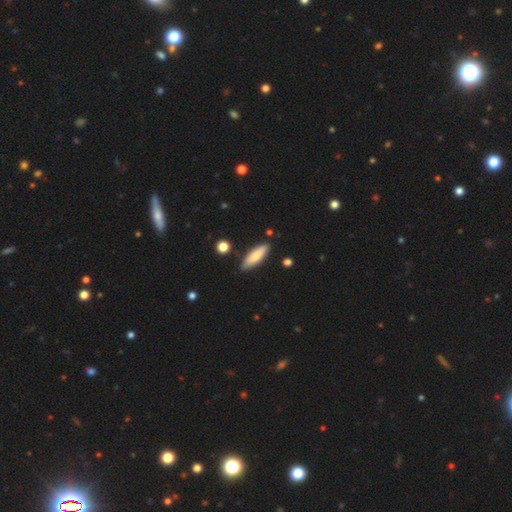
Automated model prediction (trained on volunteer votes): Smooth or featured?
  - smooth: 78% *
  - featured or disk: 17%
  - star or artifact: 5%
How rounded?
  - cigar-shaped: 50% *
  - in between: 48%
  - round: 2%
Merging?
  - none: 84% *
  - minor disturbance: 12%
  - merger: 2%
  - major disturbance: 2%